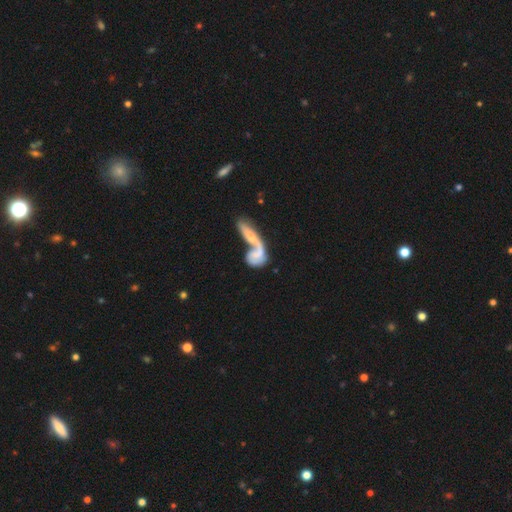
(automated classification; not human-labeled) A featured or disk galaxy (54%). Merging: merger (66%).